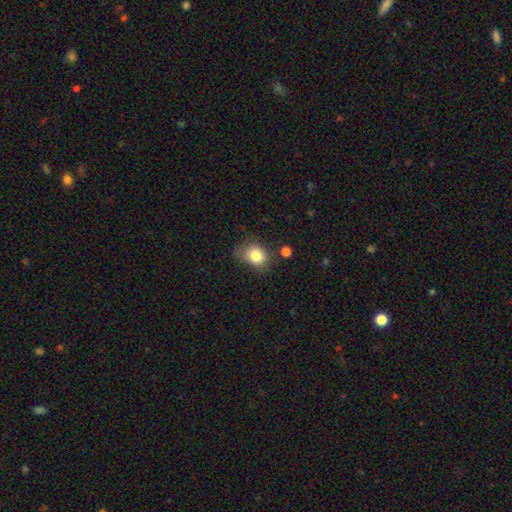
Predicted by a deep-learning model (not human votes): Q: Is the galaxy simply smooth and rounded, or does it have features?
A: smooth — 82%.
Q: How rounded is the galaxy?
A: round — 52%.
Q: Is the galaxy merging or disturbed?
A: none — 63%.